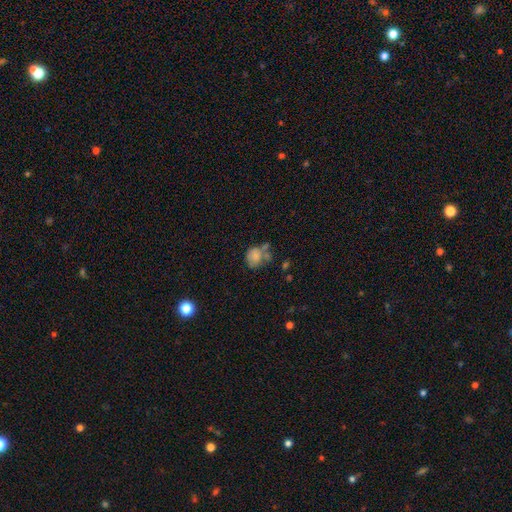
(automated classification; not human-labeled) smooth 74%, featured or disk 16%, star or artifact 10%. Down the decision tree: how rounded — round (56%); merging — none (38%).